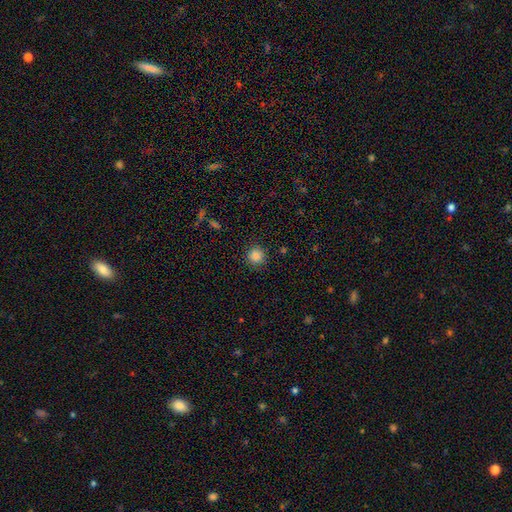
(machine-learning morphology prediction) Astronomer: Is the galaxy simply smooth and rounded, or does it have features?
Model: smooth — 84%.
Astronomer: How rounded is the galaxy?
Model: round — 94%.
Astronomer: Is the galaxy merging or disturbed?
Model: none — 90%.